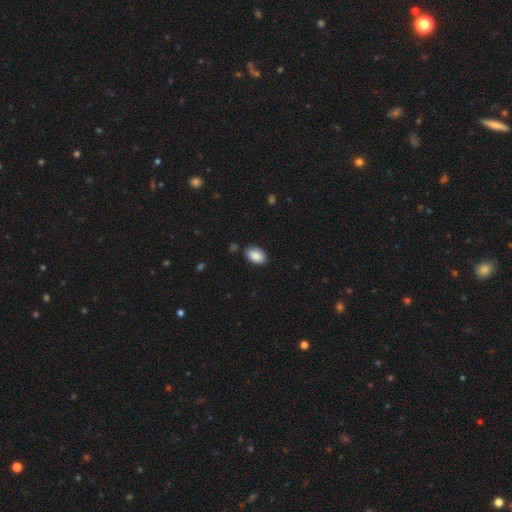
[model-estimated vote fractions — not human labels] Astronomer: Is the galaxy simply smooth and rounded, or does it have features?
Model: smooth — 89%.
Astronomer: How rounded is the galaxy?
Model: in between — 92%.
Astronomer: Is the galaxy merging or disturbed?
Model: none — 85%.